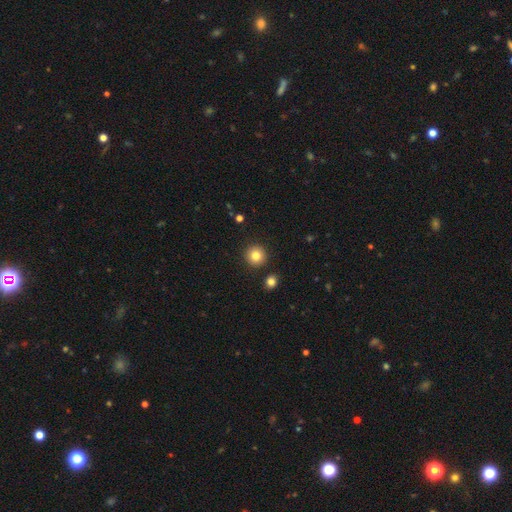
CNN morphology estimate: A smooth galaxy with no disk features (83%) that is round (93%). Merging: none (91%).